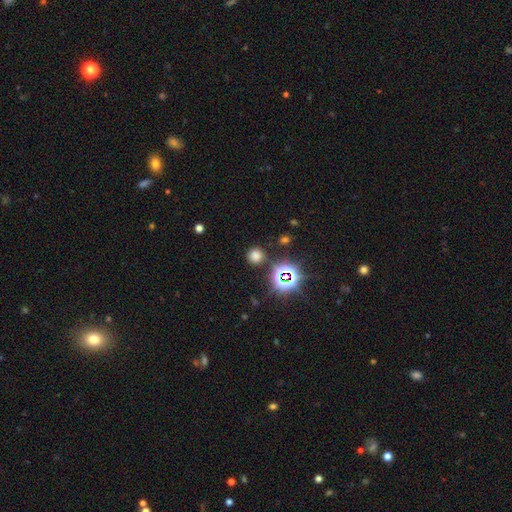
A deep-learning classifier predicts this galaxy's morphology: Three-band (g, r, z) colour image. It shows a smooth galaxy with no disk features (65%) that is round (90%). Merging: none (84%).